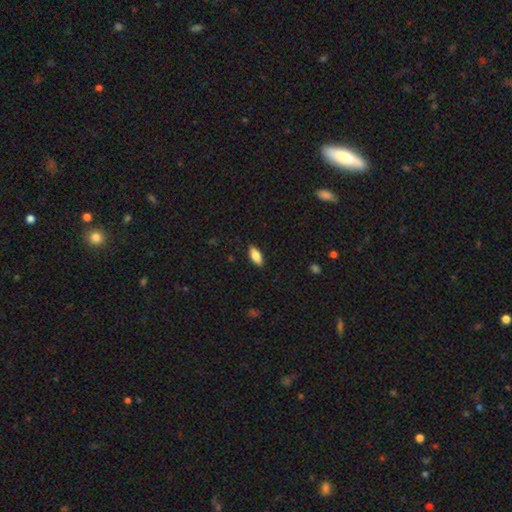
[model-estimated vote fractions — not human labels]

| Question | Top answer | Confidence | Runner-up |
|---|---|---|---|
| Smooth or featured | smooth | 80% | featured or disk (13%) |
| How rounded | in between | 83% | cigar-shaped (15%) |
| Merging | none | 88% | minor disturbance (9%) |